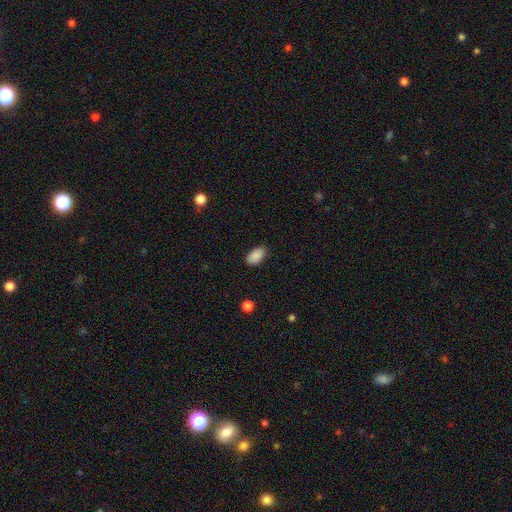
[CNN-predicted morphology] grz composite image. It shows a smooth galaxy with no disk features (89%) that is in between round and cigar-shaped (94%). Merging: none (83%).